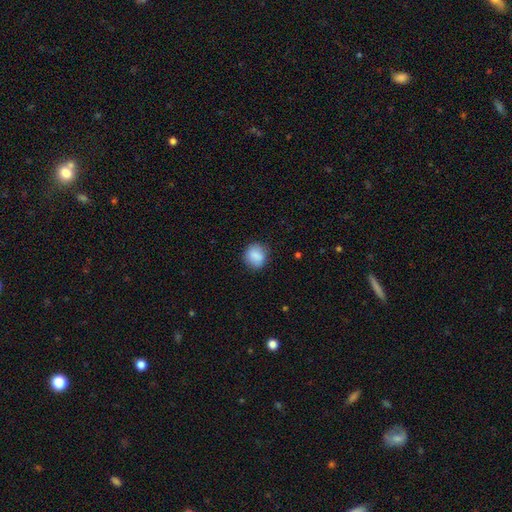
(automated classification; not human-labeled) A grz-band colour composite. It shows a smooth galaxy with no disk features (85%) that is round (78%). Merging: none (82%).